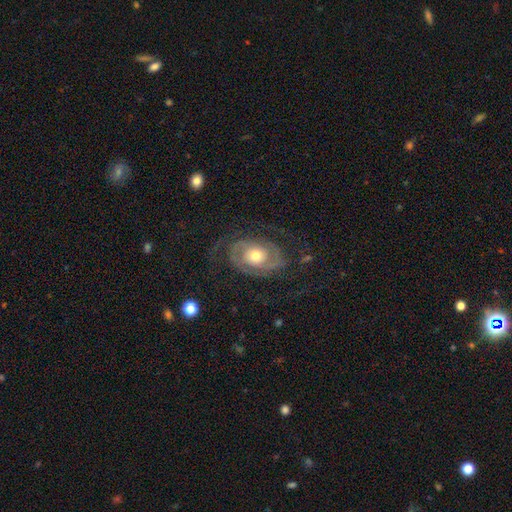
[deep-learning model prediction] Morphology: type=featured or disk (81%); edge-on=no (96%); bar=no (79%); spiral arms=yes (89%); winding=tight (48%); arm count=2 (64%); bulge=moderate (67%); merging=none (66%).